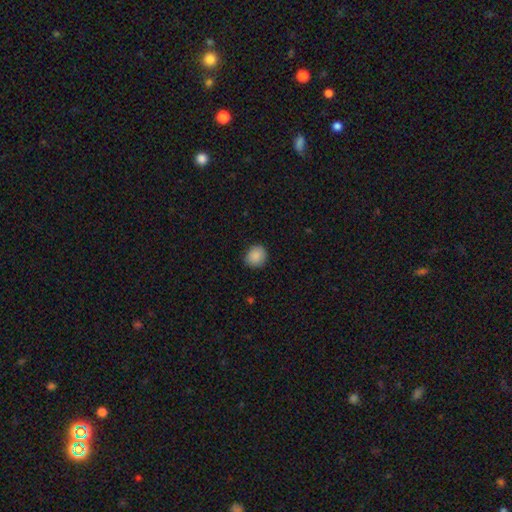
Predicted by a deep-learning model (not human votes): This is clearly a smooth galaxy (89%). How rounded: likely round (80%). Merging: clearly none (87%).